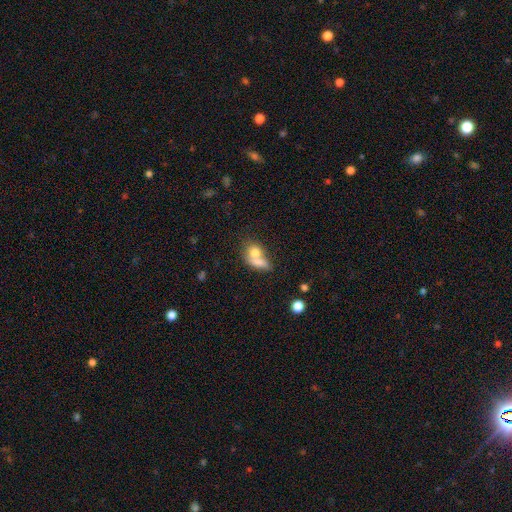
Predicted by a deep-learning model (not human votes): smooth 73%, featured or disk 18%, star or artifact 9%. Down the decision tree: how rounded — in between (59%); merging — merger (63%).